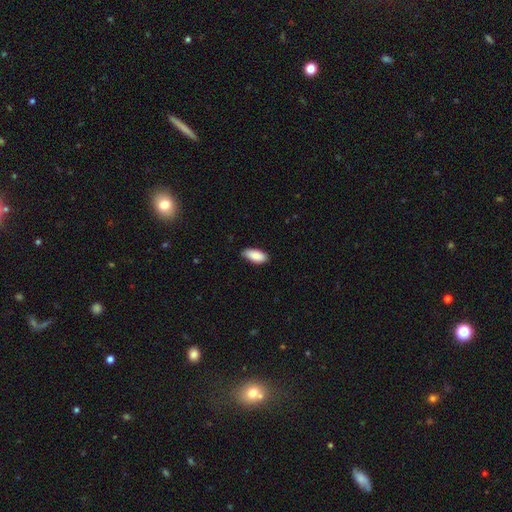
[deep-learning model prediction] Smooth or featured? Predicted: smooth (p=0.88). How rounded? Predicted: in between (p=0.90). Merging? Predicted: none (p=0.82).